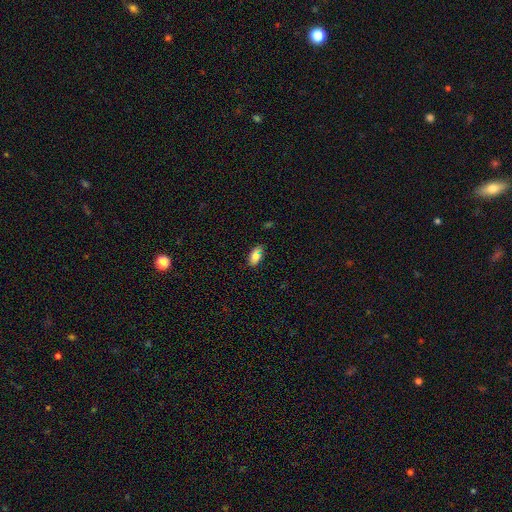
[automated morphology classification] This appears to be a smooth galaxy with no disk features (79%) that is in between round and cigar-shaped (91%). Merging: none (77%).